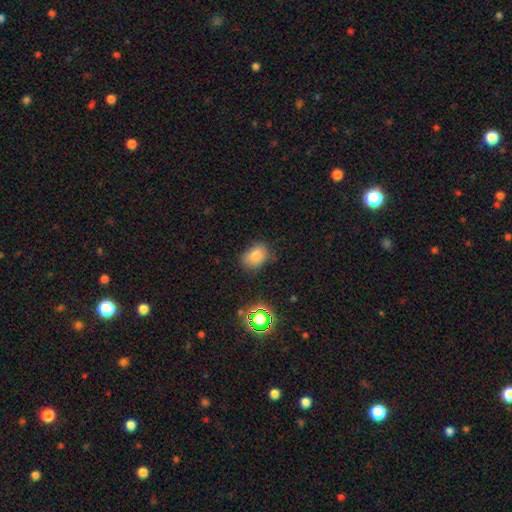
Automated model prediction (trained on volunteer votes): A smooth galaxy with no disk features (79%) that is in between round and cigar-shaped (68%).

Vote fractions:
- Smooth or featured? smooth: 79% / star or artifact: 14% / featured or disk: 7%
- How rounded? in between: 68% / round: 31% / cigar-shaped: 1%
- Merging? none: 67% / minor disturbance: 24% / major disturbance: 6% / merger: 2%